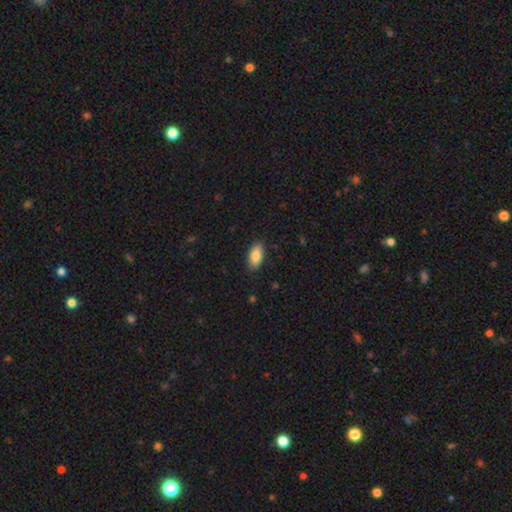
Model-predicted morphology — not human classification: Smooth or featured?
  - smooth: 86% *
  - featured or disk: 7%
  - star or artifact: 7%
How rounded?
  - in between: 91% *
  - cigar-shaped: 7%
  - round: 3%
Merging?
  - none: 87% *
  - minor disturbance: 10%
  - major disturbance: 2%
  - merger: 1%